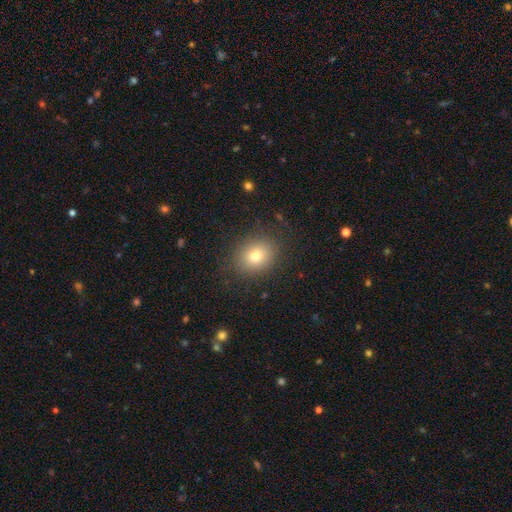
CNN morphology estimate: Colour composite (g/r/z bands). It shows a smooth galaxy with no disk features (76%) that is round (56%). Merging: none (86%).